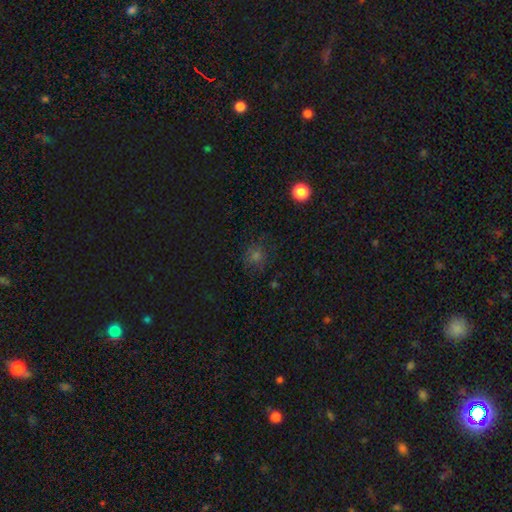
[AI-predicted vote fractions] Q: Smooth or featured?
A: smooth (58%); runner-up: star or artifact (32%)
Q: How rounded?
A: round (87%); runner-up: in between (12%)
Q: Merging?
A: none (80%); runner-up: minor disturbance (13%)